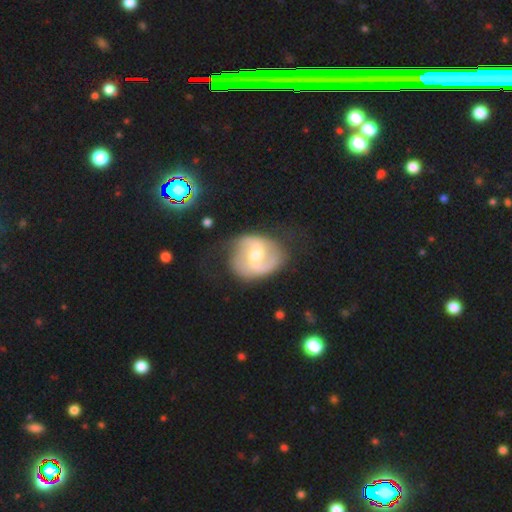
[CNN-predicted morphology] Q: Smooth or featured?
A: featured or disk (79%); runner-up: smooth (16%)
Q: Edge-on disk?
A: no (97%); runner-up: yes (3%)
Q: Bar?
A: weak (48%); runner-up: strong (33%)
Q: Spiral arms?
A: yes (89%); runner-up: no (11%)
Q: Spiral winding?
A: loose (44%); runner-up: medium (42%)
Q: Spiral arm count?
A: 2 (87%); runner-up: can't tell (6%)
Q: Bulge size?
A: moderate (54%); runner-up: small (36%)
Q: Merging?
A: none (69%); runner-up: minor disturbance (18%)